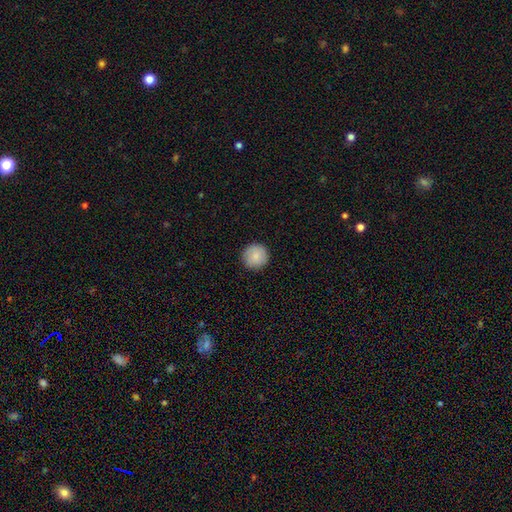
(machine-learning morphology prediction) The model was most divided on "smooth or featured": smooth: 84%, featured or disk: 9%, star or artifact: 7%. More confident: how rounded — round (95%); merging — none (91%).